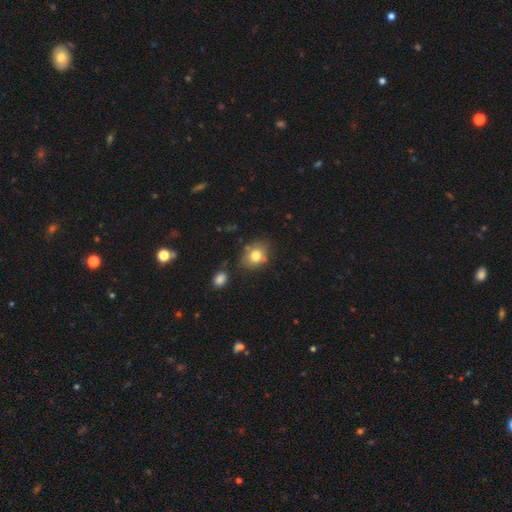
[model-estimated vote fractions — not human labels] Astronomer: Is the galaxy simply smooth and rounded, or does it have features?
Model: smooth — 78%.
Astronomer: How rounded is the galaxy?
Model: in between — 55% (runner-up: round, 44%).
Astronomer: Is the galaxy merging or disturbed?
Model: none — 69%.